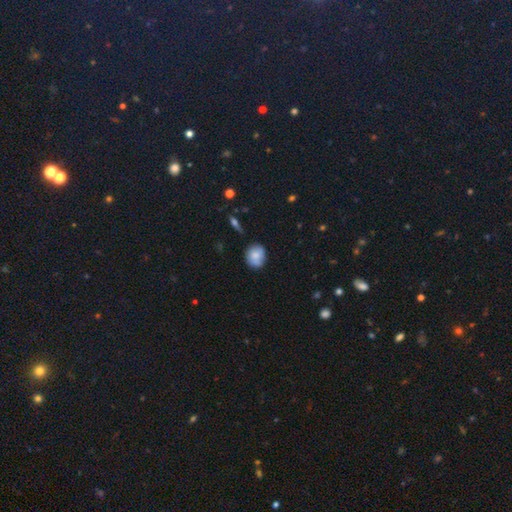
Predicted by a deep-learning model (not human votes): smooth_or_featured: smooth (p=0.76) [alt: featured or disk p=0.16]
how_rounded: round (p=0.65) [alt: in between p=0.34]
merging: none (p=0.66) [alt: minor disturbance p=0.24]